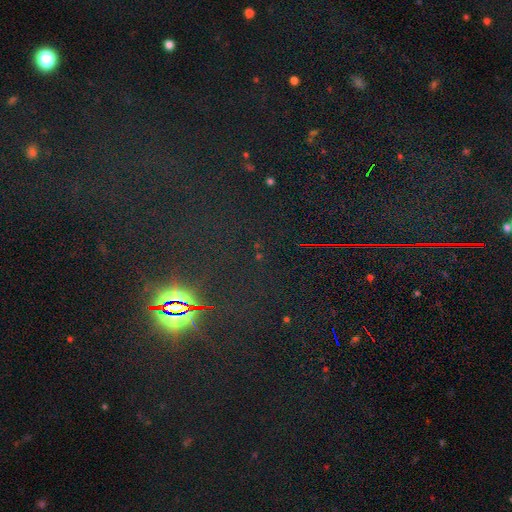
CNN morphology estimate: Smooth or featured? Predicted: star or artifact (p=0.81).